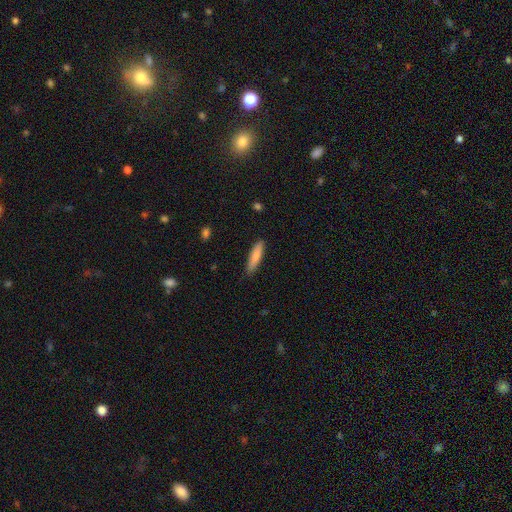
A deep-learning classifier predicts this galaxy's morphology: This appears to be a smooth galaxy with no disk features (81%) that is cigar-shaped (79%). Merging: none (84%).